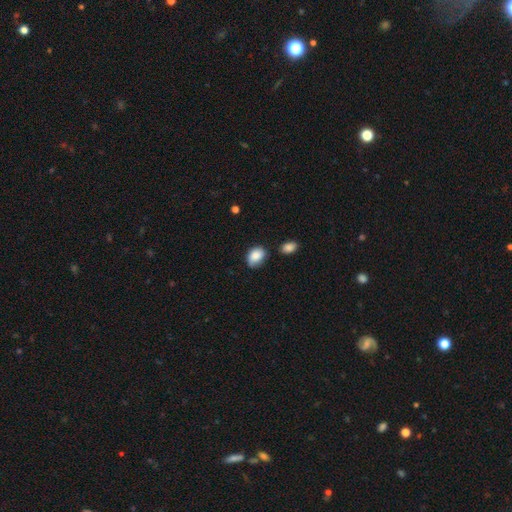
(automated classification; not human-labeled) smooth 86%, star or artifact 7%, featured or disk 7%. Down the decision tree: how rounded — in between (73%); merging — none (57%).